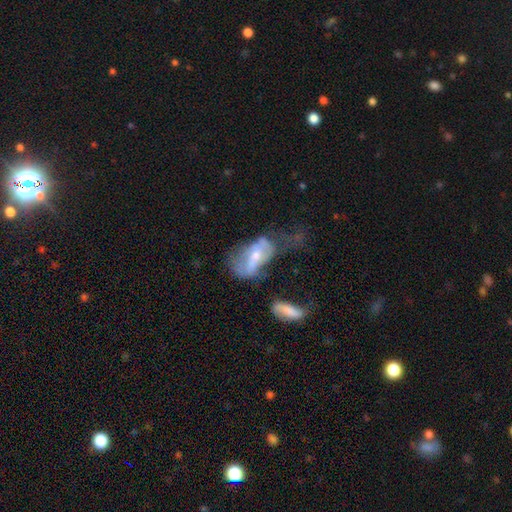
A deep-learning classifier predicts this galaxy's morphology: A featured or disk galaxy (53%). Merging: major disturbance (43%).